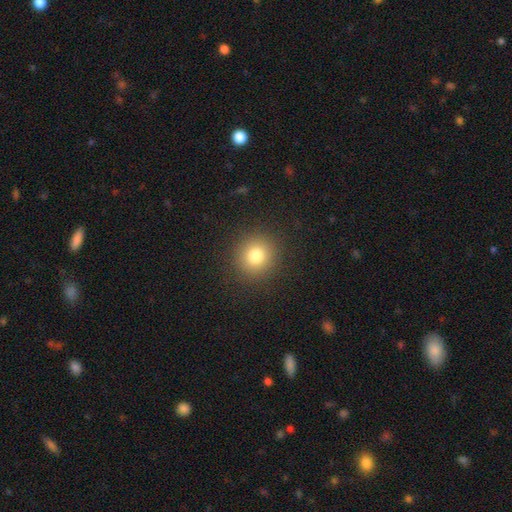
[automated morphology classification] Smooth or featured?
  - smooth: 79% *
  - star or artifact: 13%
  - featured or disk: 8%
How rounded?
  - round: 92% *
  - in between: 7%
  - cigar-shaped: 1%
Merging?
  - none: 91% *
  - minor disturbance: 6%
  - major disturbance: 3%
  - merger: 1%